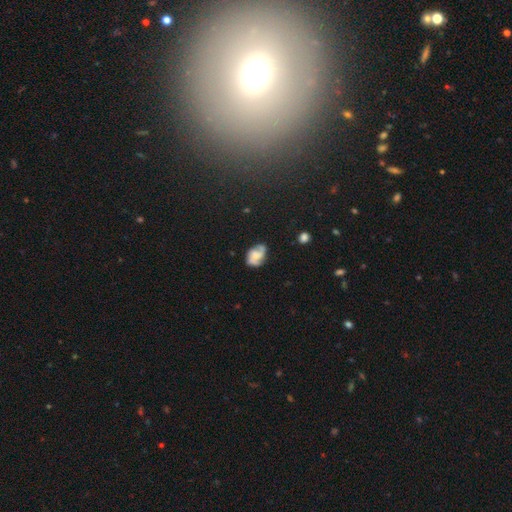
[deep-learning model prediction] Smooth or featured? Predicted: featured or disk (p=0.62). Edge-on disk? Predicted: no (p=0.97). Bar? Predicted: no (p=0.61). Spiral arms? Predicted: yes (p=0.89). Spiral winding? Predicted: medium (p=0.46). Spiral arm count? Predicted: 2 (p=0.61). Bulge size? Predicted: none (p=0.39). Merging? Predicted: none (p=0.62).